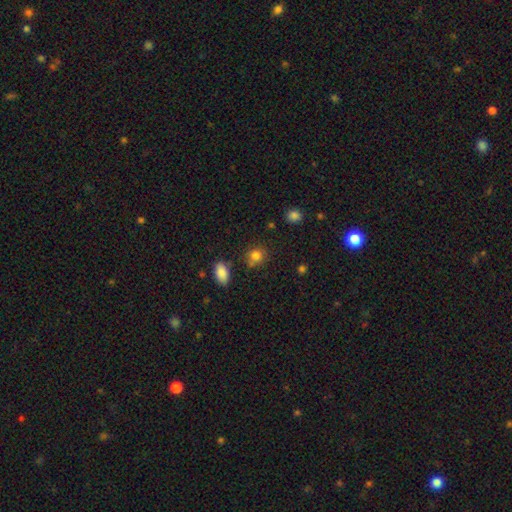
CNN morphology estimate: Smooth or featured? Predicted: smooth (p=0.81). How rounded? Predicted: round (p=0.76). Merging? Predicted: none (p=0.75).